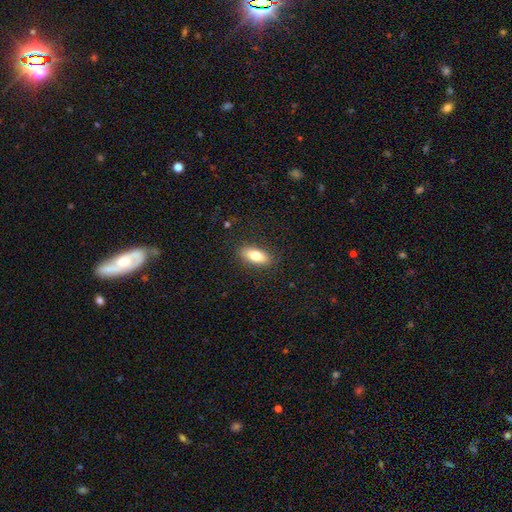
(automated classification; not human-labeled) Morphology: type=smooth (76%); roundness=in between (80%); merging=none (87%).